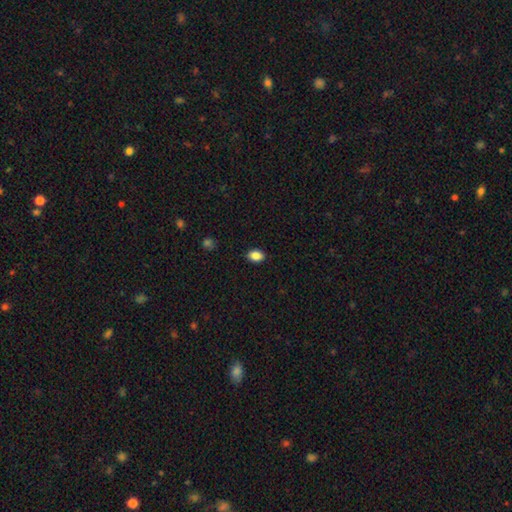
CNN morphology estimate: The model was most divided on "how rounded": in between: 76%, round: 23%, cigar-shaped: 1%. More confident: merging — none (88%); smooth or featured — smooth (86%).